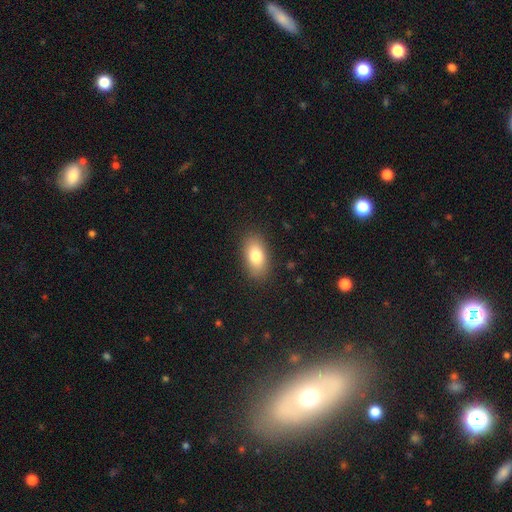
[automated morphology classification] smooth-or-featured: smooth: 81% | featured or disk: 12% | star or artifact: 8%
  how-rounded: in between: 90% | round: 6% | cigar-shaped: 4%
  merging: none: 86% | minor disturbance: 10% | major disturbance: 3% | merger: 1%